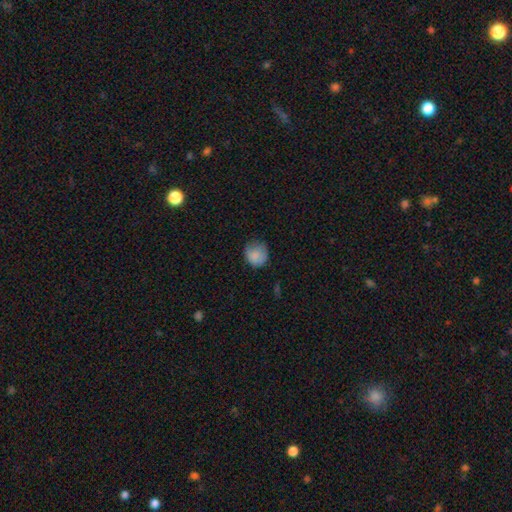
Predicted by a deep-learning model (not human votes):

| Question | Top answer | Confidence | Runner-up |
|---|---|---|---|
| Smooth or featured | smooth | 85% | star or artifact (8%) |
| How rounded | round | 85% | in between (14%) |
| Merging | none | 68% | minor disturbance (25%) |